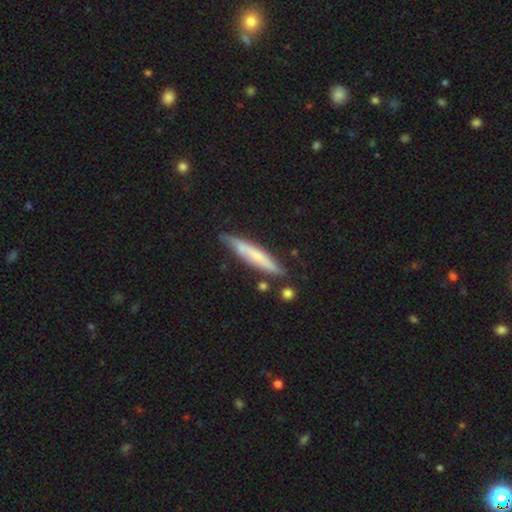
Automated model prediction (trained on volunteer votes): Smooth or featured? Predicted: smooth (p=0.52). How rounded? Predicted: cigar-shaped (p=0.90). Merging? Predicted: none (p=0.72).